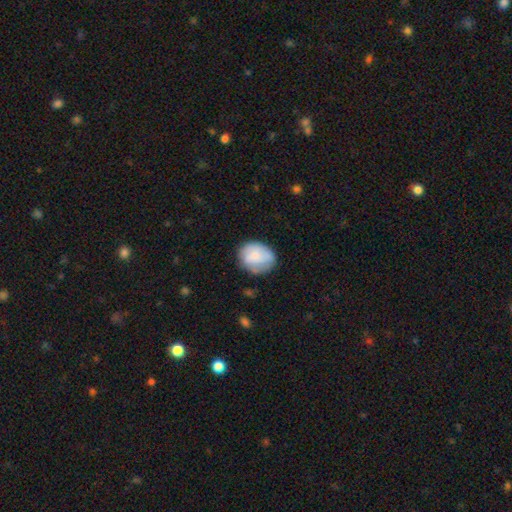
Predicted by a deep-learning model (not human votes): A smooth galaxy with no disk features (74%) that is round (57%).

Vote fractions:
- Smooth or featured? smooth: 74% / featured or disk: 19% / star or artifact: 7%
- How rounded? round: 57% / in between: 42% / cigar-shaped: 1%
- Merging? none: 68% / minor disturbance: 23% / major disturbance: 7% / merger: 2%